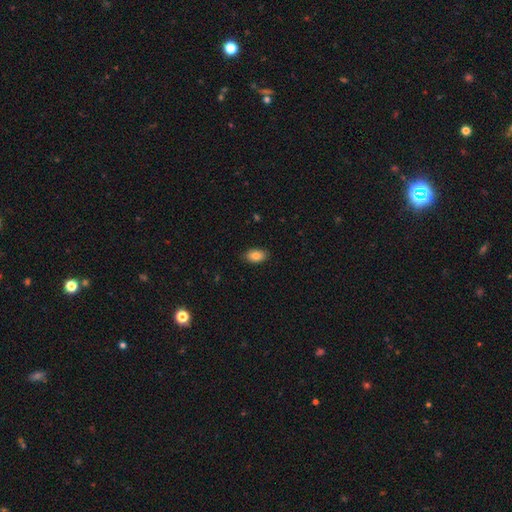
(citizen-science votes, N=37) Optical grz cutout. It shows a smooth galaxy with no disk features (92%) that is in between round and cigar-shaped (94%). Merging: none (91%).